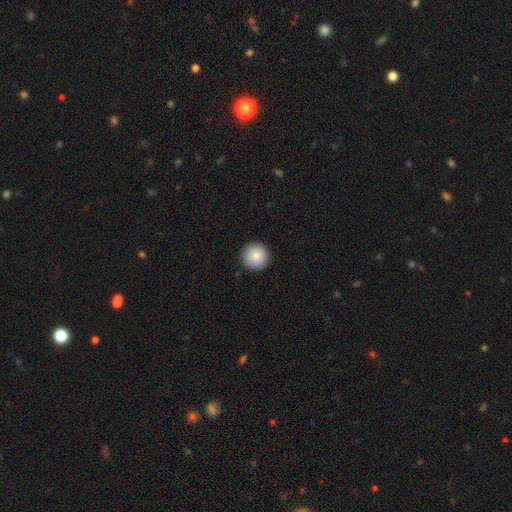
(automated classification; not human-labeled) A smooth galaxy with no disk features (87%) that is round (96%). Merging: none (92%).